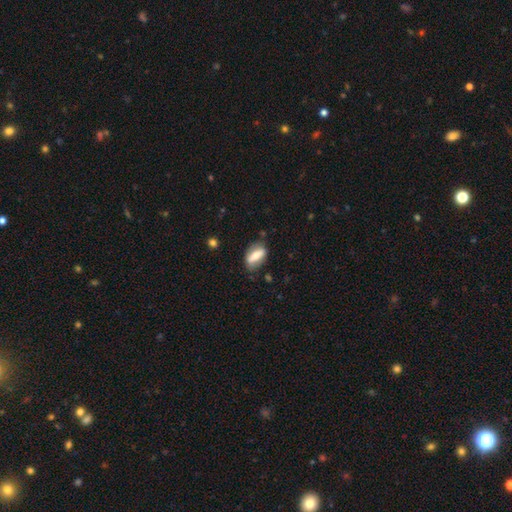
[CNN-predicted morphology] smooth 58%, featured or disk 35%, star or artifact 7%. Down the decision tree: how rounded — in between (79%); merging — none (72%).